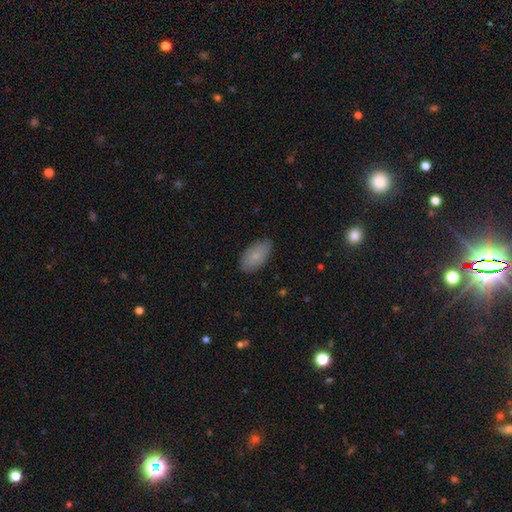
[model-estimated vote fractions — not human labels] Smooth or featured? Predicted: smooth (p=0.78). How rounded? Predicted: in between (p=0.94). Merging? Predicted: none (p=0.84).